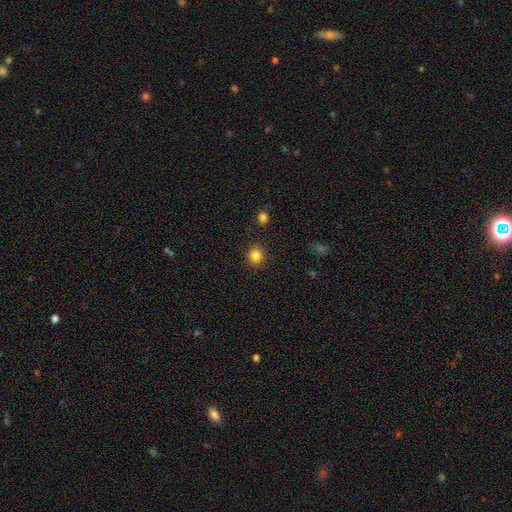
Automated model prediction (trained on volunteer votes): Smooth or featured?
  - smooth: 84% *
  - star or artifact: 11%
  - featured or disk: 5%
How rounded?
  - round: 83% *
  - in between: 16%
  - cigar-shaped: 1%
Merging?
  - none: 89% *
  - minor disturbance: 7%
  - major disturbance: 2%
  - merger: 2%